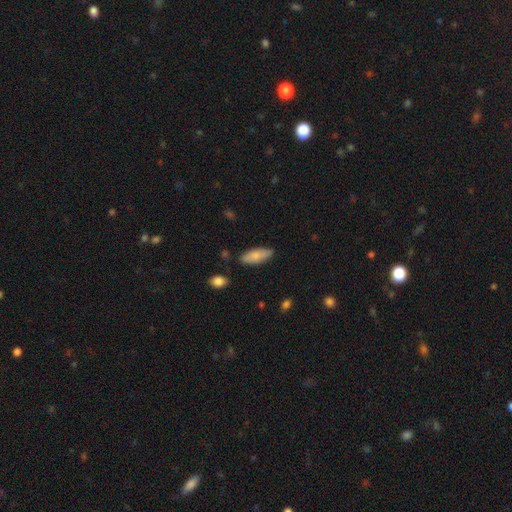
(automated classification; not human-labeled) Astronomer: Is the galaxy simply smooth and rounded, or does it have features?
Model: smooth — 78%.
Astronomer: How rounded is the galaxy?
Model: in between — 80%.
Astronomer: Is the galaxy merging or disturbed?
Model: none — 80%.